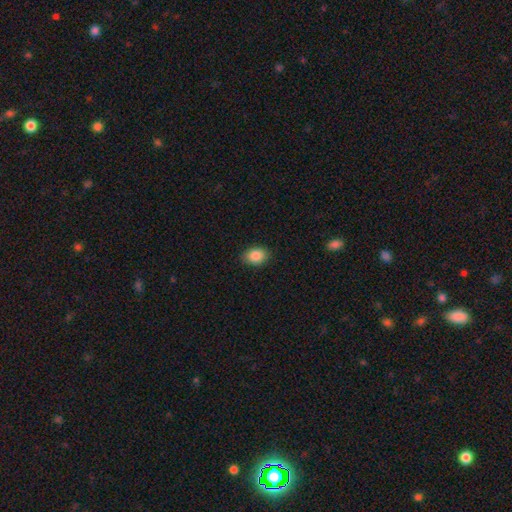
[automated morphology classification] The model was most divided on "how rounded": in between: 72%, round: 27%, cigar-shaped: 1%. More confident: merging — none (87%); smooth or featured — smooth (87%).